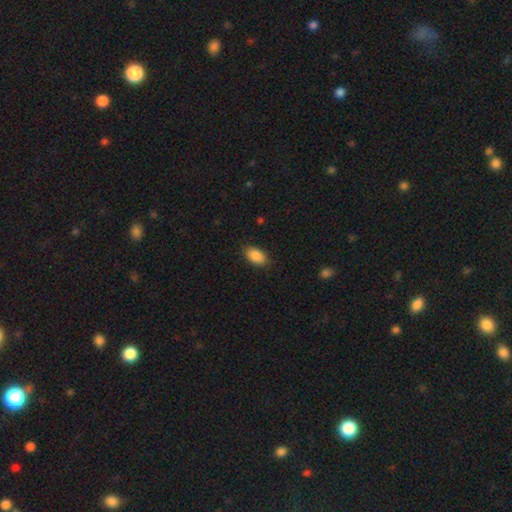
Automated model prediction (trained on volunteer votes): smooth-or-featured: smooth: 89% | star or artifact: 7% | featured or disk: 4%
  how-rounded: in between: 92% | round: 6% | cigar-shaped: 2%
  merging: none: 85% | minor disturbance: 11% | major disturbance: 3% | merger: 1%